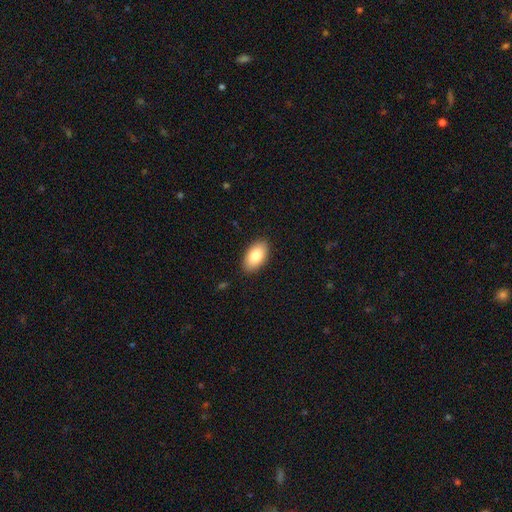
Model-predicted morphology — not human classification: smooth_or_featured: smooth (p=0.86) [alt: featured or disk p=0.08]
how_rounded: in between (p=0.95) [alt: round p=0.03]
merging: none (p=0.88) [alt: minor disturbance p=0.09]